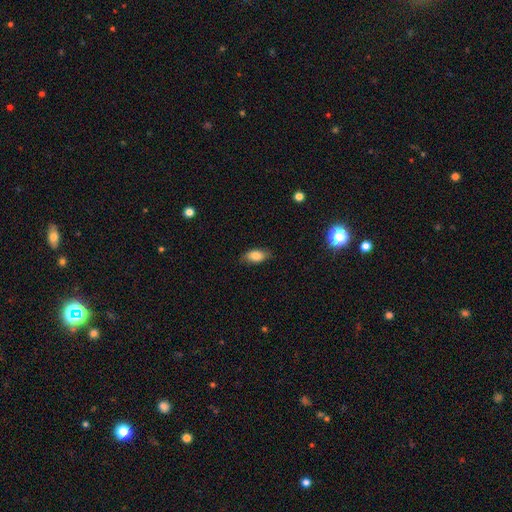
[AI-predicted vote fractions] Morphology: type=smooth (82%); roundness=in between (90%); merging=none (82%).